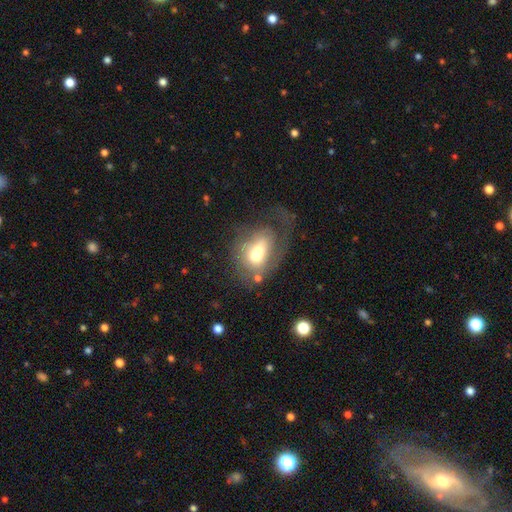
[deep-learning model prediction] Overall: featured or disk (46%; smooth 45%). Merging: merger (36%; major disturbance 30%).